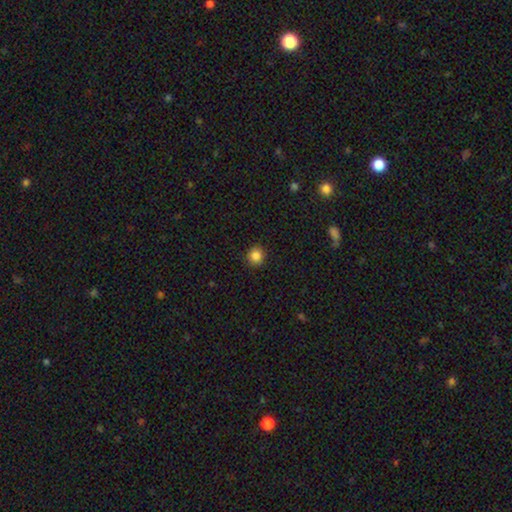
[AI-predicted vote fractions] Smooth or featured? Predicted: smooth (p=0.86). How rounded? Predicted: round (p=0.92). Merging? Predicted: none (p=0.91).